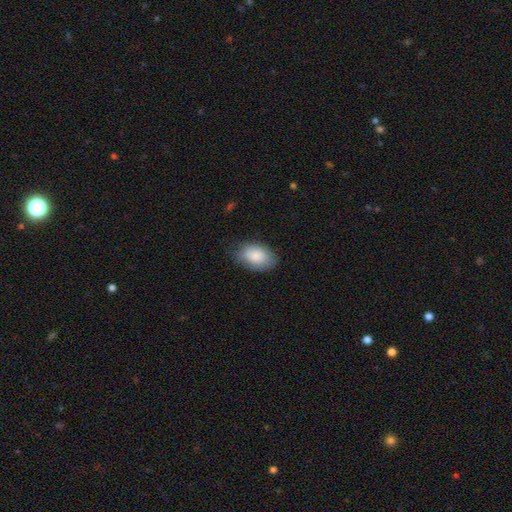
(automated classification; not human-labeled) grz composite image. It shows a smooth galaxy with no disk features (84%) that is in between round and cigar-shaped (90%). Merging: none (73%).